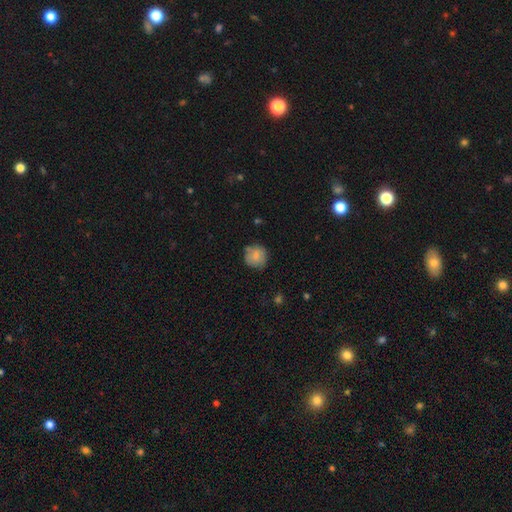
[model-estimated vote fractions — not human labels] smooth_or_featured: smooth (p=0.76) [alt: featured or disk p=0.16]
how_rounded: round (p=0.89) [alt: in between p=0.10]
merging: none (p=0.73) [alt: minor disturbance p=0.20]